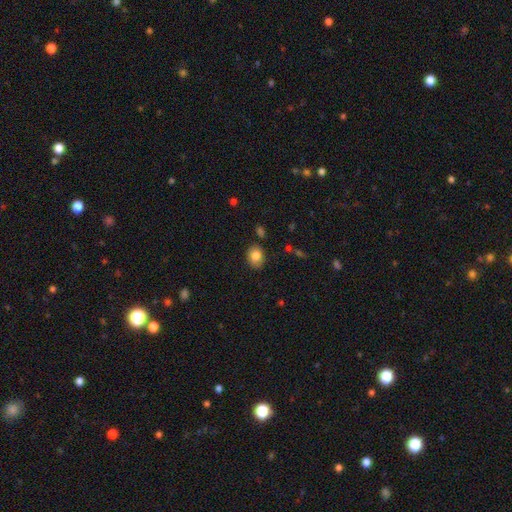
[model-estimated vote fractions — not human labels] smooth 82%, featured or disk 10%, star or artifact 8%. Down the decision tree: how rounded — in between (66%); merging — none (84%).